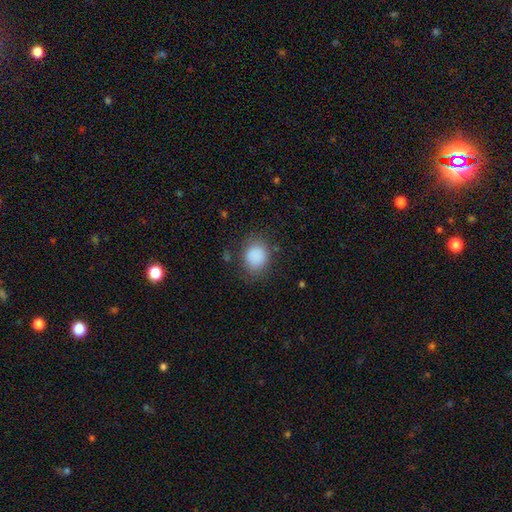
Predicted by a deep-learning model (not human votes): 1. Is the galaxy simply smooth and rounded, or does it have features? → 87% smooth, 9% star or artifact, 5% featured or disk.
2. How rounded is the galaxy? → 64% round, 35% in between, 1% cigar-shaped.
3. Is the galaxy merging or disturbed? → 77% none, 15% minor disturbance, 6% major disturbance, 2% merger.